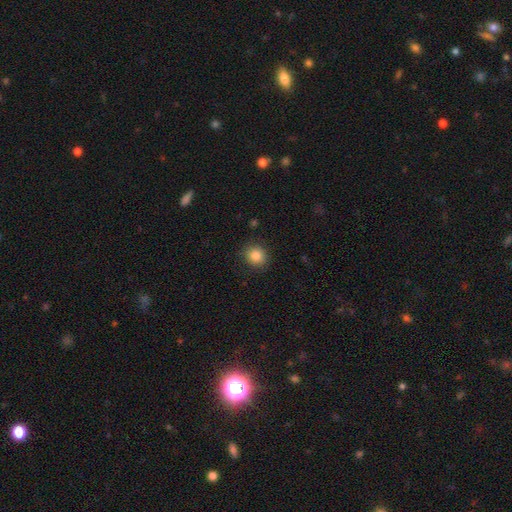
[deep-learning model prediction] Smooth or featured?
  - smooth: 85% *
  - star or artifact: 10%
  - featured or disk: 5%
How rounded?
  - round: 84% *
  - in between: 15%
  - cigar-shaped: 1%
Merging?
  - none: 88% *
  - minor disturbance: 8%
  - major disturbance: 2%
  - merger: 1%